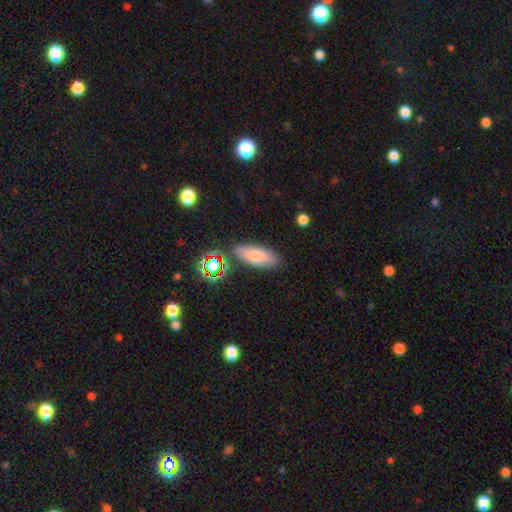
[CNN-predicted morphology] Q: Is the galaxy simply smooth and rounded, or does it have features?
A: smooth — 71%.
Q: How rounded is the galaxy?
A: in between — 68%.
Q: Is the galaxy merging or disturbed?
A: none — 80%.